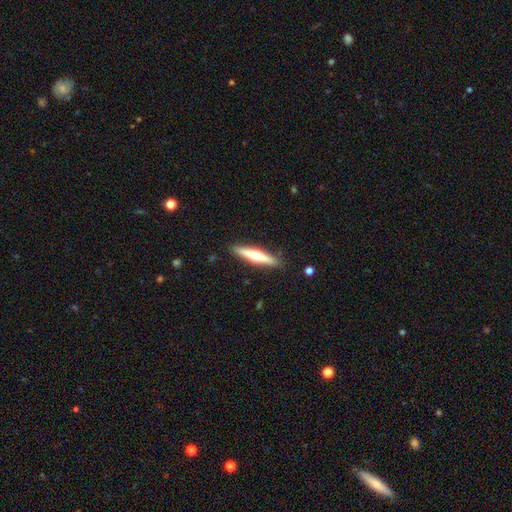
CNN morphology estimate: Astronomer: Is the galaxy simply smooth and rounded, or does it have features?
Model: featured or disk — 57% (runner-up: smooth, 38%).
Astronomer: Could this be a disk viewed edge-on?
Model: yes — 96%.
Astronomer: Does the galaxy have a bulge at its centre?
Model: rounded — 91%.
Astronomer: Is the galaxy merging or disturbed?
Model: none — 90%.